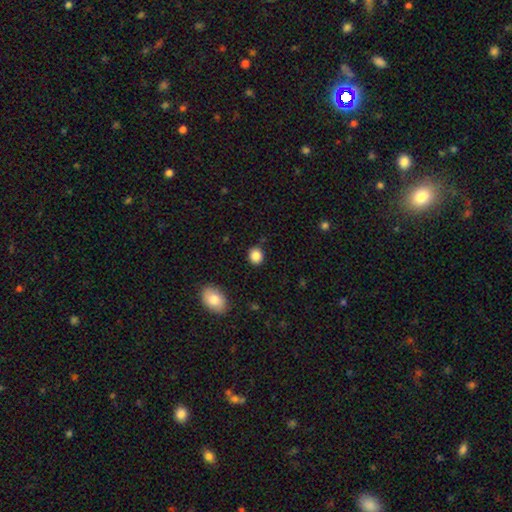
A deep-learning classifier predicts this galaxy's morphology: This appears to be a smooth galaxy with no disk features (86%) that is round (71%). Merging: none (89%).